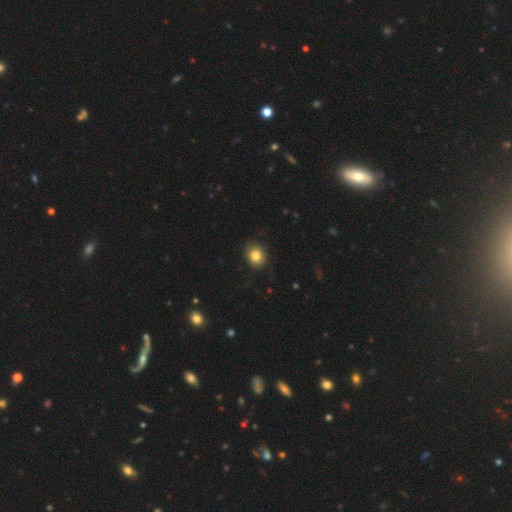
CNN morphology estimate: smooth_or_featured: smooth (p=0.84) [alt: star or artifact p=0.10]
how_rounded: round (p=0.62) [alt: in between p=0.37]
merging: none (p=0.85) [alt: minor disturbance p=0.12]